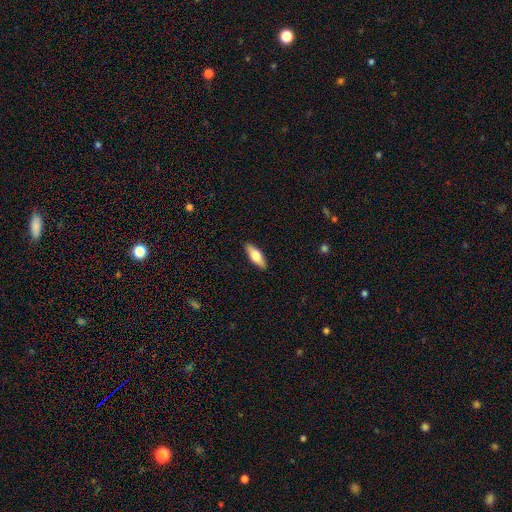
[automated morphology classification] Smooth or featured? smooth (65%)
How rounded? in between (59%)
Merging? none (90%)